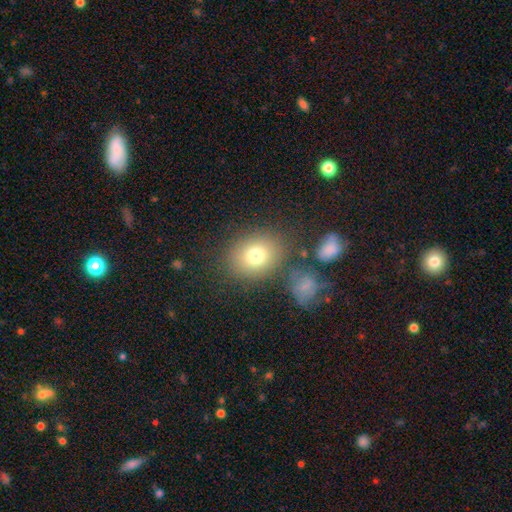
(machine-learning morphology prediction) Smooth or featured? Predicted: smooth (p=0.77). How rounded? Predicted: round (p=0.51). Merging? Predicted: none (p=0.76).